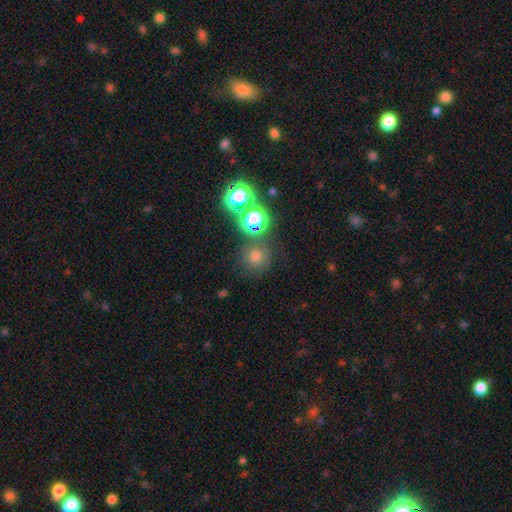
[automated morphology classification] A smooth galaxy with no disk features (58%) that is round (92%). Merging: none (77%).